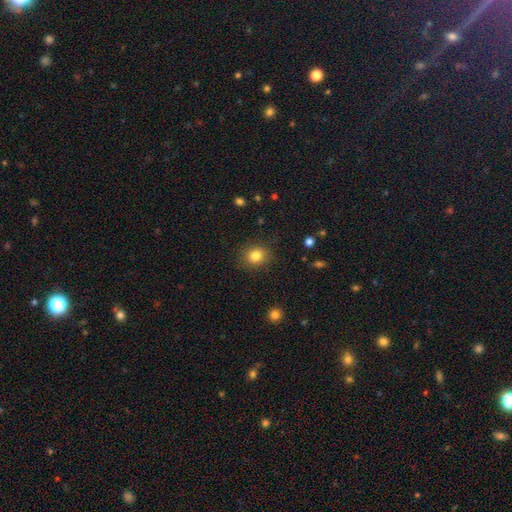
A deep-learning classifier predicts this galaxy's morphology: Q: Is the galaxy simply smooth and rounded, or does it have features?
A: smooth — 83%.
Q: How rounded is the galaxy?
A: round — 72%.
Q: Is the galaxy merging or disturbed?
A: none — 86%.